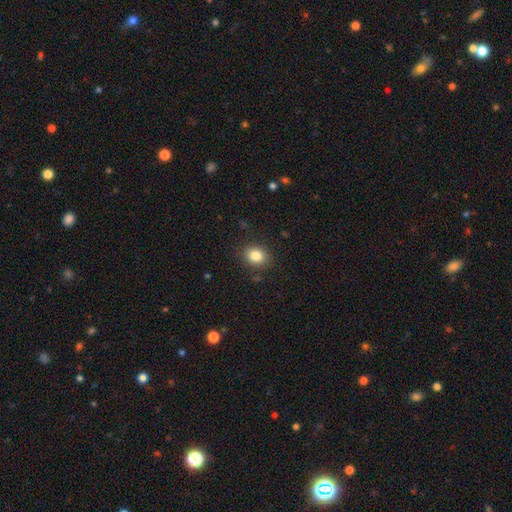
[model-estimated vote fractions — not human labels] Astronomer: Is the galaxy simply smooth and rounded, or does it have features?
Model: smooth — 83%.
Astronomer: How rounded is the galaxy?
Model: round — 58% (runner-up: in between, 42%).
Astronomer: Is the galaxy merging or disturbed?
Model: none — 87%.